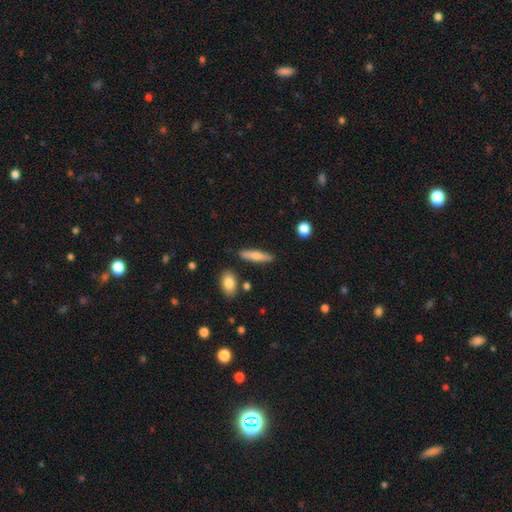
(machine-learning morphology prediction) type=smooth (65%); roundness=cigar-shaped (78%); merging=none (85%).